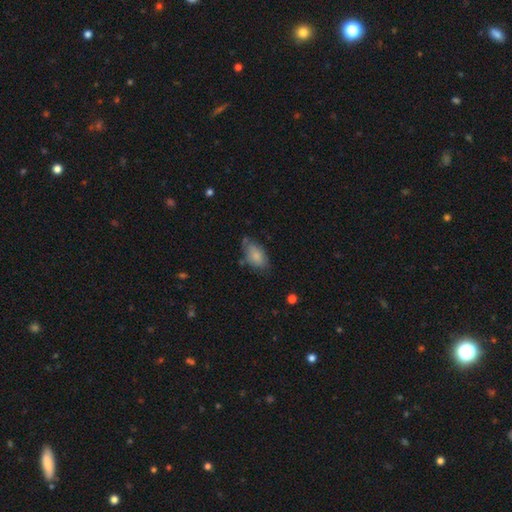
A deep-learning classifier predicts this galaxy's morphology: Smooth or featured: smooth — 81% (featured or disk — 13%)
How rounded: in between — 92% (cigar-shaped — 4%)
Merging: none — 60% (minor disturbance — 29%)